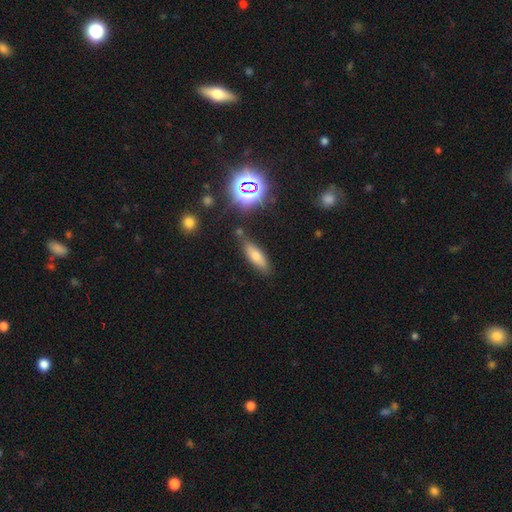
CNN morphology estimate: A smooth galaxy with no disk features (59%) that is in between round and cigar-shaped (50%).

Vote fractions:
- Smooth or featured? smooth: 59% / featured or disk: 21% / star or artifact: 20%
- How rounded? in between: 50% / cigar-shaped: 45% / round: 5%
- Merging? none: 76% / minor disturbance: 14% / merger: 5% / major disturbance: 4%